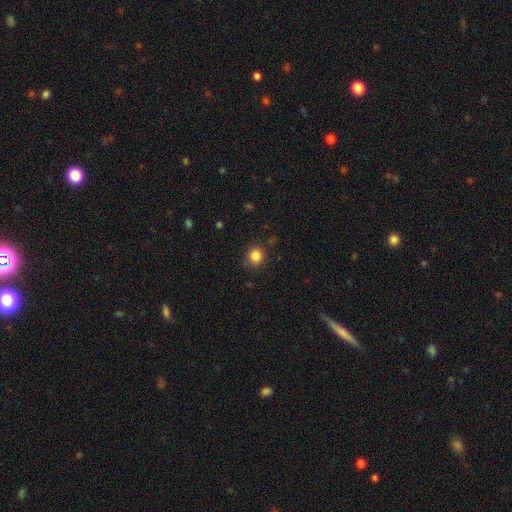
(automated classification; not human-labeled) The model was most divided on "how rounded": round: 85%, in between: 15%, cigar-shaped: 1%. More confident: smooth or featured — smooth (85%); merging — none (83%).